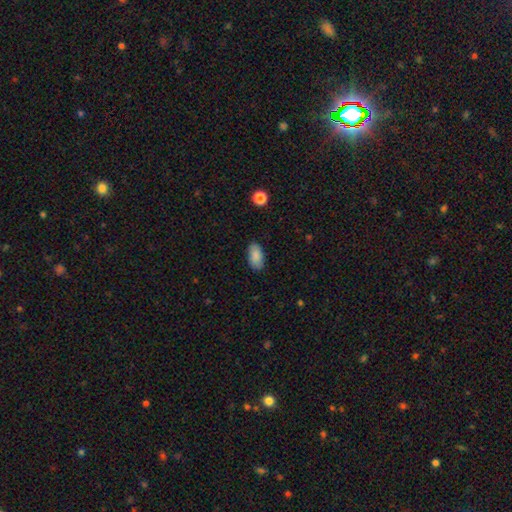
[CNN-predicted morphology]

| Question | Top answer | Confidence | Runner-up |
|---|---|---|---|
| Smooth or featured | smooth | 87% | star or artifact (7%) |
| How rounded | in between | 94% | round (3%) |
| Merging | none | 84% | minor disturbance (12%) |